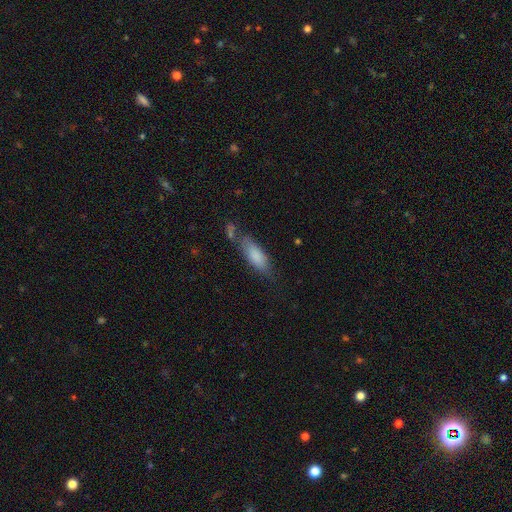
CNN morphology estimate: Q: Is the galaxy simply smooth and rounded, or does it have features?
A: smooth — 82%.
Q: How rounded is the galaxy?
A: in between — 65%.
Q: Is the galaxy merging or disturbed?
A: none — 59%.